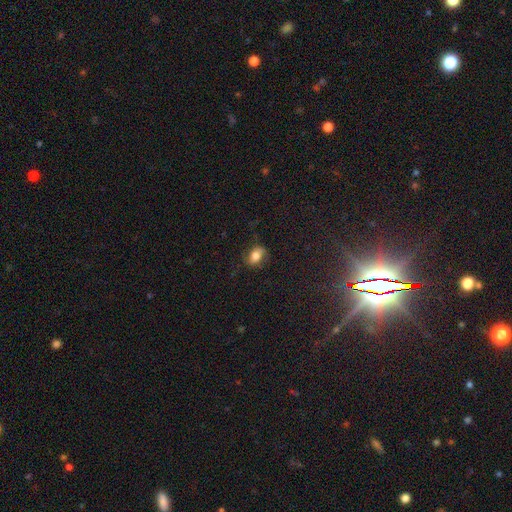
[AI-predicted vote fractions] Overall: smooth (65%; featured or disk 25%). How rounded: in between (79%). Merging: none (72%).